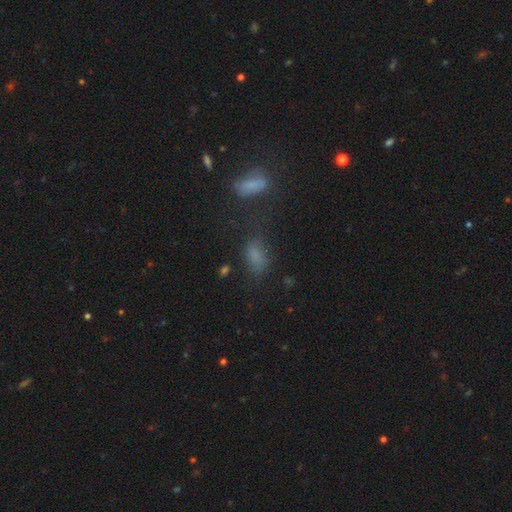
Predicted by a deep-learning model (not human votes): This appears to be a smooth galaxy with no disk features (70%) that is in between round and cigar-shaped (81%). Merging: none (50%).